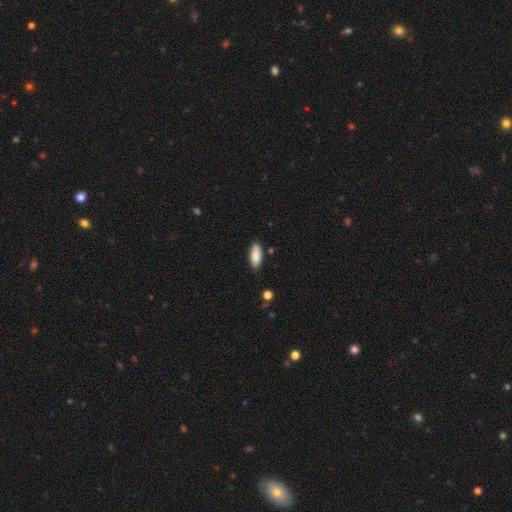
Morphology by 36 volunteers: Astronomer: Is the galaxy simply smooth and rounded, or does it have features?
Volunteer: smooth — 86%.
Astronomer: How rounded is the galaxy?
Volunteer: in between — 68%.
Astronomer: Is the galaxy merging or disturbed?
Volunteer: none — 79%.